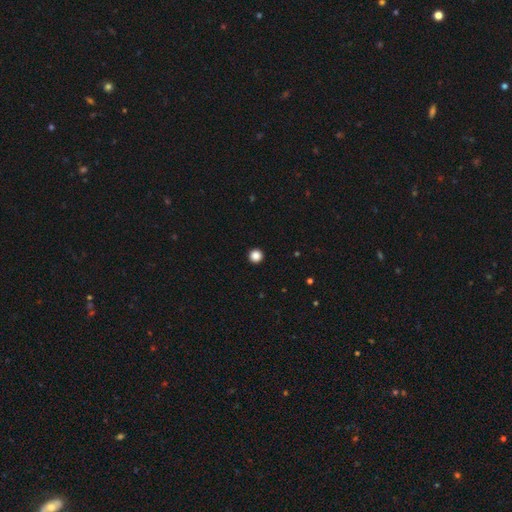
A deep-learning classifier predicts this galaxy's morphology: Smooth or featured? Predicted: smooth (p=0.87). How rounded? Predicted: round (p=0.97). Merging? Predicted: none (p=0.95).